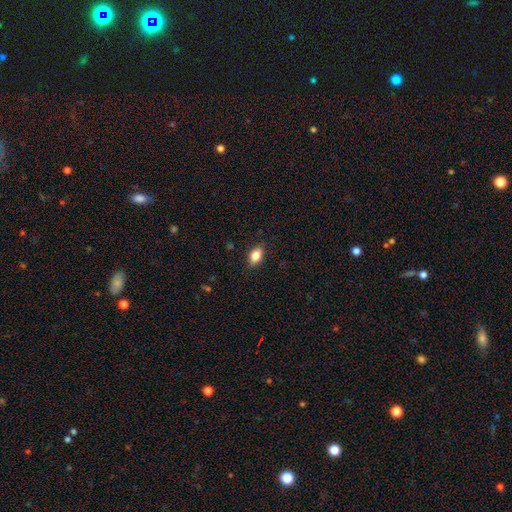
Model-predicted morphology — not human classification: type=smooth (84%); roundness=in between (87%); merging=none (87%).